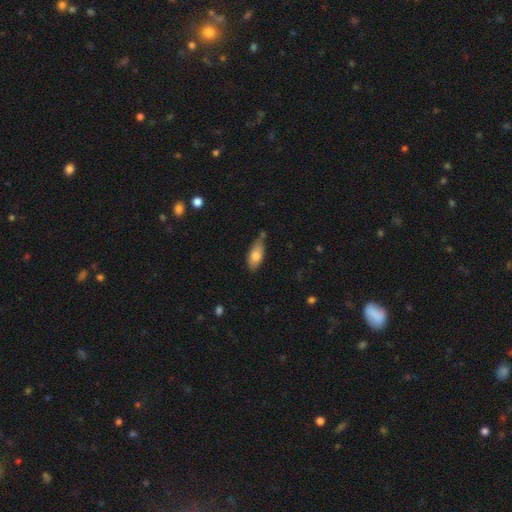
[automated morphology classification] This appears to be a smooth galaxy with no disk features (77%) that is in between round and cigar-shaped (81%). Merging: none (55%).